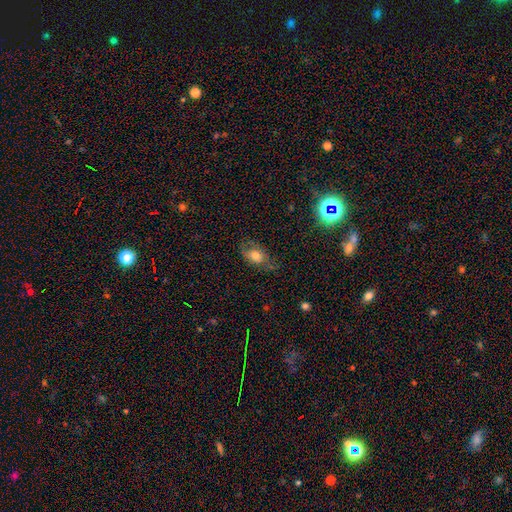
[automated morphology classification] Smooth or featured? smooth (64%)
How rounded? in between (83%)
Merging? none (59%)